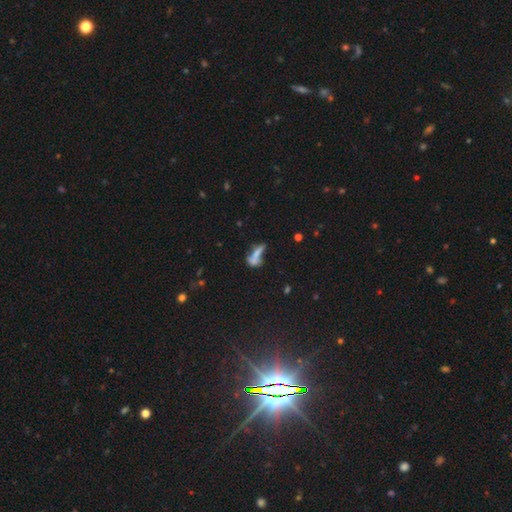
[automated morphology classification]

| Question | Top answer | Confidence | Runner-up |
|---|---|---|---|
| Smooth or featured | smooth | 59% | featured or disk (25%) |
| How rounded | in between | 47% | cigar-shaped (43%) |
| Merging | merger | 51% | none (28%) |